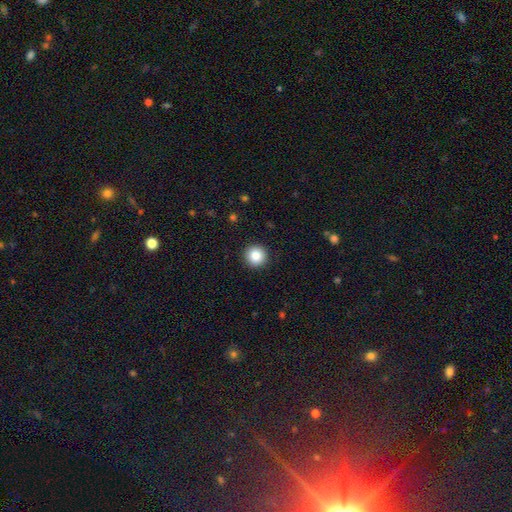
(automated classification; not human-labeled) Overall: smooth (86%). How rounded: round (96%). Merging: none (93%).